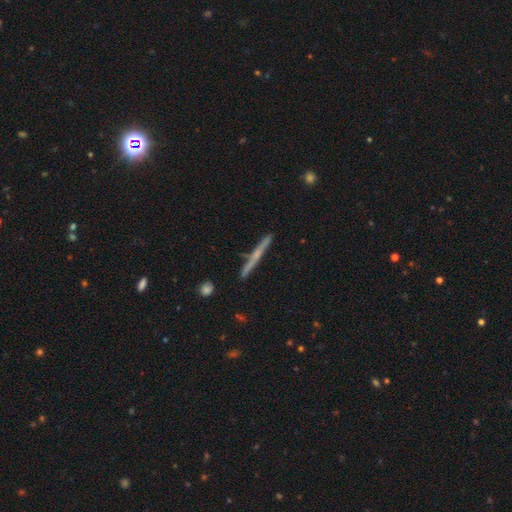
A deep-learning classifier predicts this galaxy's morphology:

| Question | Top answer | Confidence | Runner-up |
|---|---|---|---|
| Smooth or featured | featured or disk | 64% | smooth (30%) |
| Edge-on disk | yes | 97% | no (3%) |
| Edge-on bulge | rounded | 47% | none (46%) |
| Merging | none | 89% | minor disturbance (8%) |